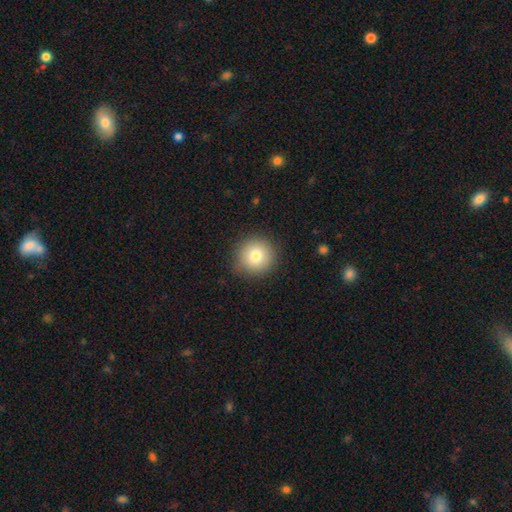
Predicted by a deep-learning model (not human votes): This appears to be a smooth galaxy with no disk features (79%) that is round (95%). Merging: none (87%).